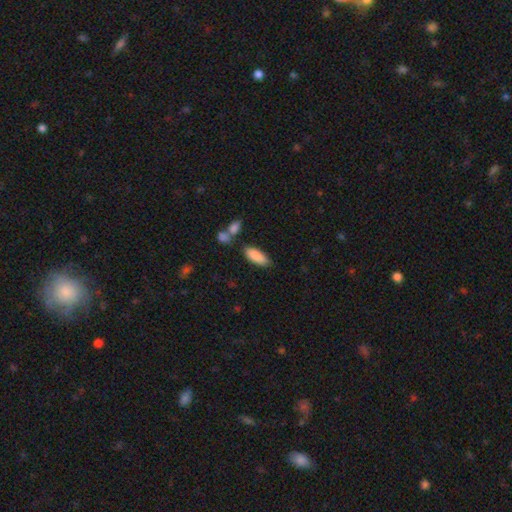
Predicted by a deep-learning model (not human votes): Q: Smooth or featured?
A: smooth (88%); runner-up: star or artifact (6%)
Q: How rounded?
A: in between (77%); runner-up: cigar-shaped (21%)
Q: Merging?
A: none (72%); runner-up: minor disturbance (14%)